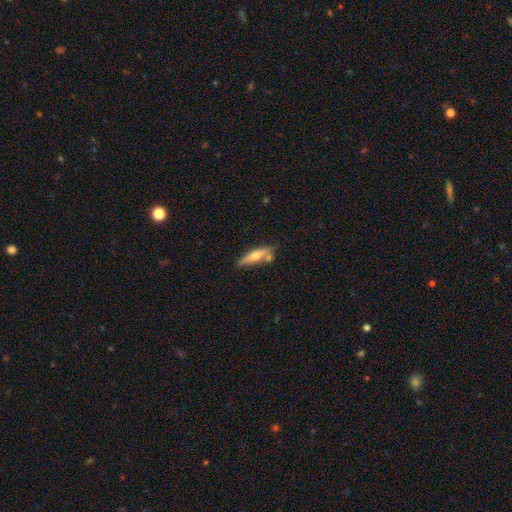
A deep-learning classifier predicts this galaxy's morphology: A smooth galaxy with no disk features (49%).

Vote fractions:
- Smooth or featured? smooth: 49% / featured or disk: 45% / star or artifact: 6%
- Merging? none: 68% / minor disturbance: 16% / merger: 12% / major disturbance: 4%